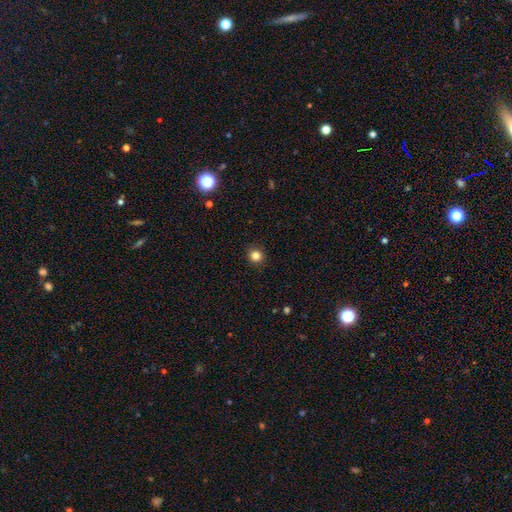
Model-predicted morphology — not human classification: Q: Smooth or featured?
A: smooth (83%); runner-up: star or artifact (13%)
Q: How rounded?
A: round (92%); runner-up: in between (7%)
Q: Merging?
A: none (91%); runner-up: minor disturbance (6%)